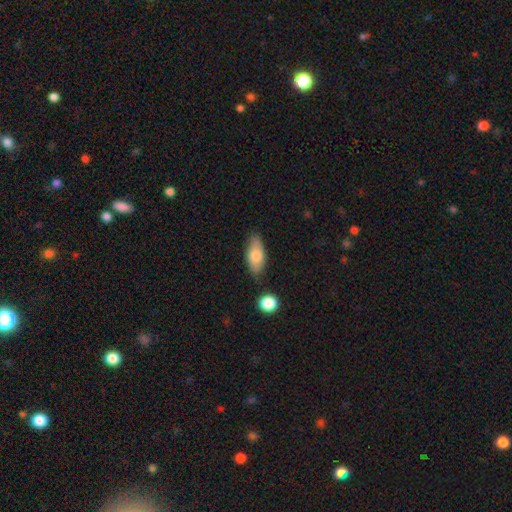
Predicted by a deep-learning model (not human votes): Smooth or featured: smooth — 75% (featured or disk — 19%)
How rounded: in between — 87% (cigar-shaped — 9%)
Merging: none — 75% (minor disturbance — 17%)